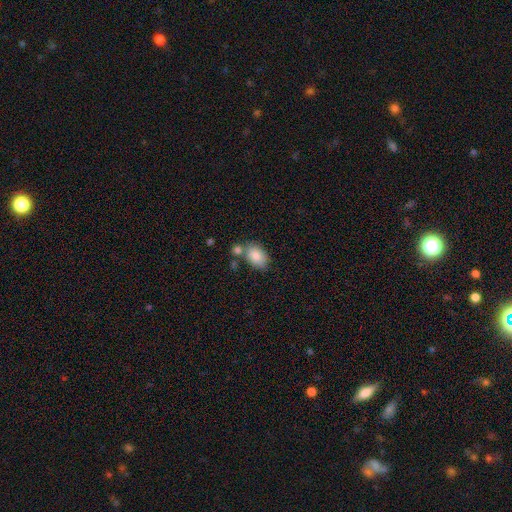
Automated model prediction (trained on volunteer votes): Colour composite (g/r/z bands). It shows a smooth galaxy with no disk features (85%) that is in between round and cigar-shaped (86%). Merging: none (58%).